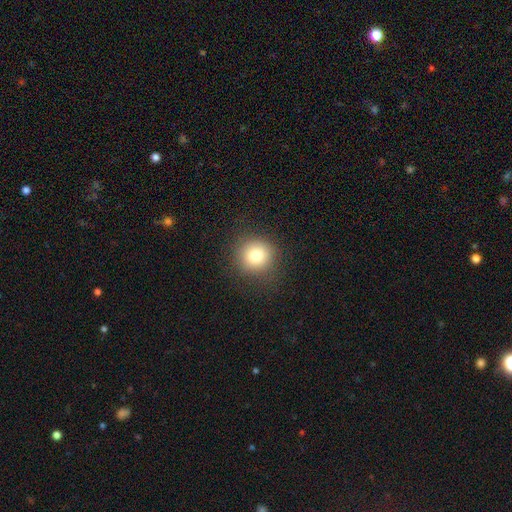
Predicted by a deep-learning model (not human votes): smooth 80%, star or artifact 12%, featured or disk 8%. Down the decision tree: how rounded — round (92%); merging — none (87%).